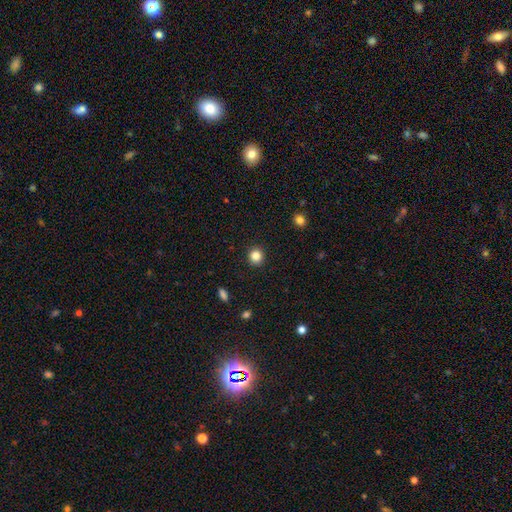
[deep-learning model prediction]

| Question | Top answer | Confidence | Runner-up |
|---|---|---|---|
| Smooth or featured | smooth | 84% | star or artifact (11%) |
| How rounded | round | 90% | in between (9%) |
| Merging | none | 92% | minor disturbance (5%) |